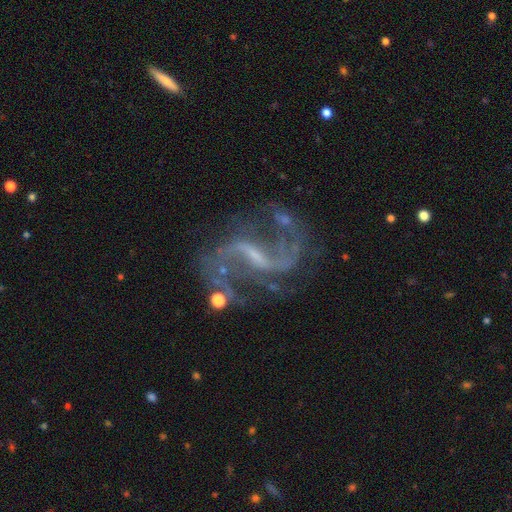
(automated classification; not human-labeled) Smooth or featured? featured or disk (91%)
Edge-on disk? no (98%)
Bar? weak (48%)
Spiral arms? yes (97%)
Spiral winding? loose (61%)
Spiral arm count? 2 (93%)
Bulge size? small (51%)
Merging? none (65%)